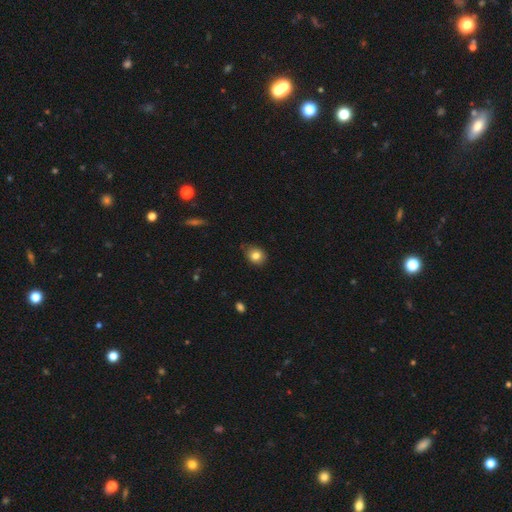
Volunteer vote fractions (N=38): smooth 84%, featured or disk 13%, star or artifact 3%. Down the decision tree: how rounded — round (62%); merging — none (78%).